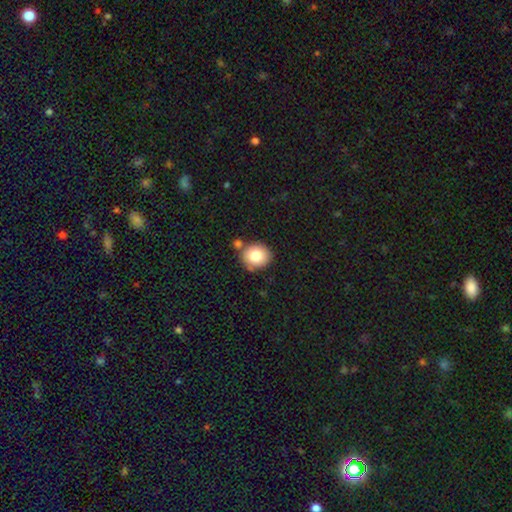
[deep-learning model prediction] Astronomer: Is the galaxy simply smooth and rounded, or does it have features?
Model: smooth — 80%.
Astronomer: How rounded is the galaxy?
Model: round — 79%.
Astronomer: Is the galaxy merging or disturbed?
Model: none — 72%.